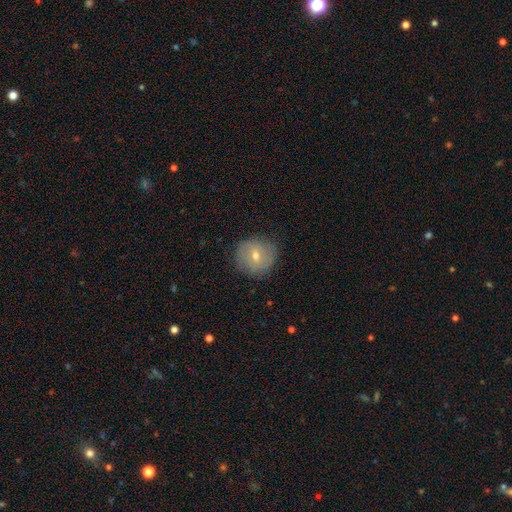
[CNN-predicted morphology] Smooth or featured?
  - smooth: 46% *
  - featured or disk: 43%
  - star or artifact: 11%
Merging?
  - none: 83% *
  - minor disturbance: 13%
  - major disturbance: 4%
  - merger: 1%